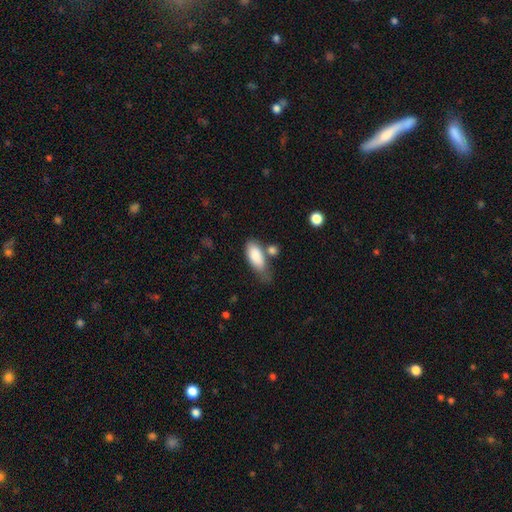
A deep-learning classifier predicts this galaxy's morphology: This is clearly a smooth galaxy (84%). How rounded: clearly in between (83%). Merging: marginally none (43%).